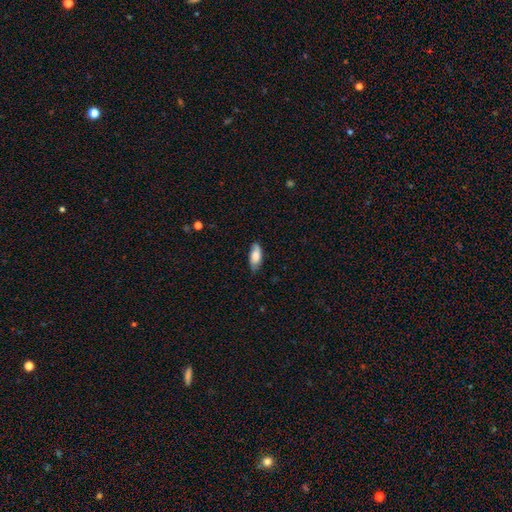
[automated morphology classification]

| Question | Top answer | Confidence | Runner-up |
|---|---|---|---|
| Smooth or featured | smooth | 77% | featured or disk (17%) |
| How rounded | in between | 84% | cigar-shaped (14%) |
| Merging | none | 76% | minor disturbance (20%) |